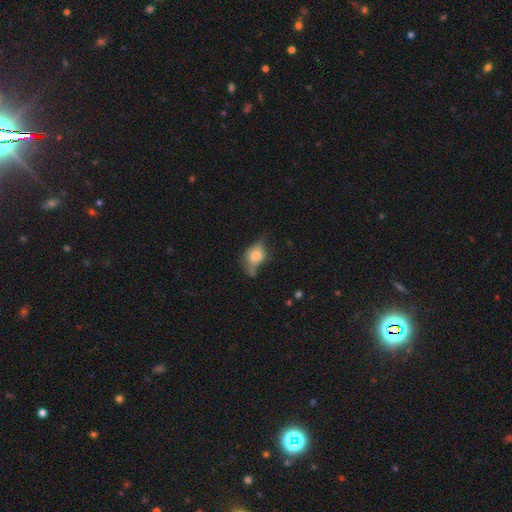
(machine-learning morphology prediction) Smooth or featured? Predicted: smooth (p=0.59). How rounded? Predicted: in between (p=0.67). Merging? Predicted: none (p=0.39).